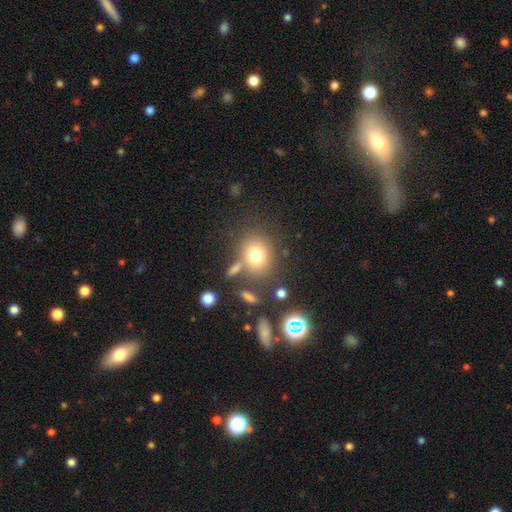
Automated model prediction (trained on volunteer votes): Overall: smooth (73%). How rounded: round (60%; in between 39%). Merging: none (69%).